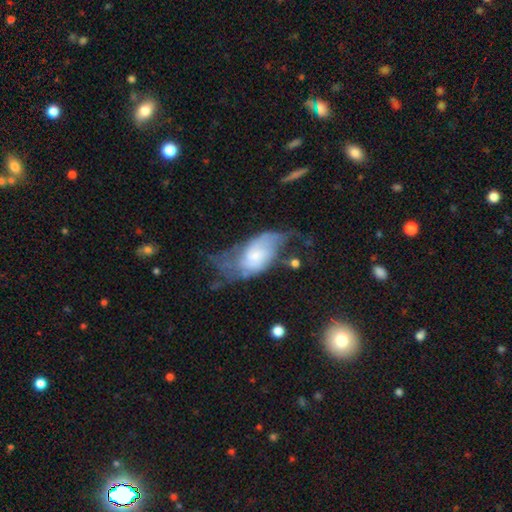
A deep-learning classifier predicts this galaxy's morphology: This appears to be a featured or disk galaxy (62%) with no bar (64%), spiral arms (78%) and a small central bulge (52%). Merging: major disturbance (39%).